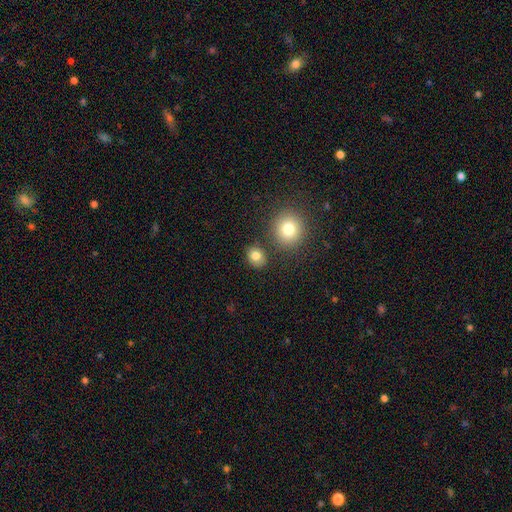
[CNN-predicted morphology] This is clearly a smooth galaxy (80%). How rounded: likely round (64%). Merging: clearly none (81%).